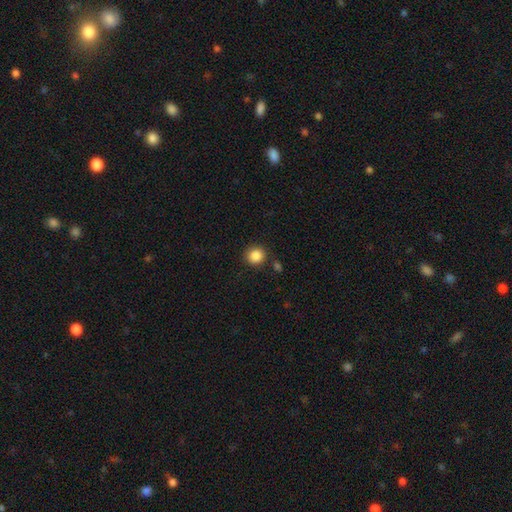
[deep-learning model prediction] Smooth or featured?
  - smooth: 86% *
  - star or artifact: 10%
  - featured or disk: 4%
How rounded?
  - round: 89% *
  - in between: 10%
  - cigar-shaped: 1%
Merging?
  - none: 85% *
  - minor disturbance: 9%
  - merger: 4%
  - major disturbance: 3%